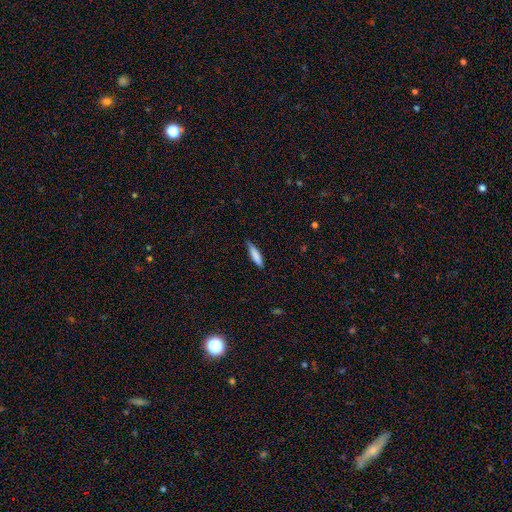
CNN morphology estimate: This appears to be a smooth galaxy with no disk features (82%) that is cigar-shaped (79%). Merging: none (78%).